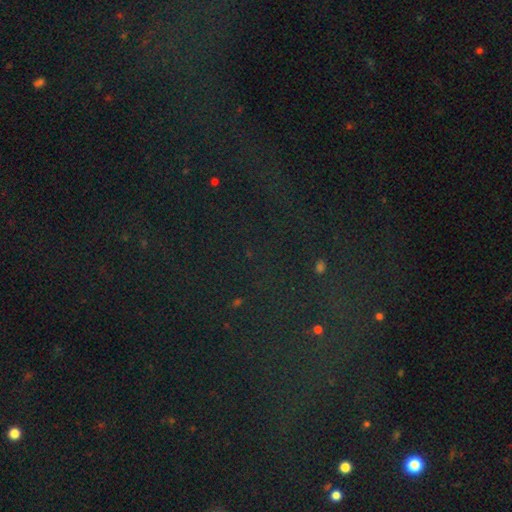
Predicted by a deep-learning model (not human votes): Smooth or featured?
  - star or artifact: 80% *
  - smooth: 12%
  - featured or disk: 8%